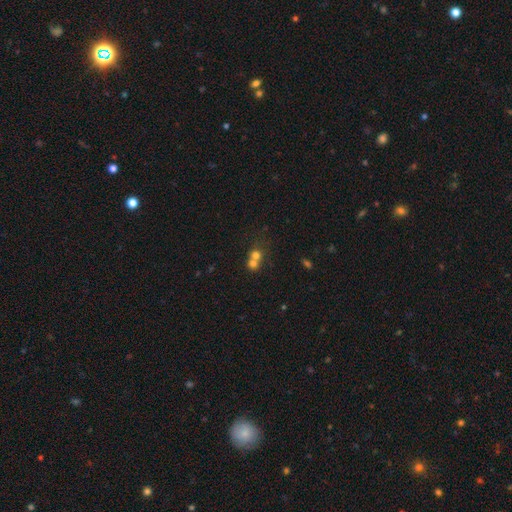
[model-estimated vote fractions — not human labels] A smooth galaxy with no disk features (69%) that is round (80%).

Vote fractions:
- Smooth or featured? smooth: 69% / featured or disk: 16% / star or artifact: 15%
- How rounded? round: 80% / in between: 19% / cigar-shaped: 1%
- Merging? merger: 62% / none: 31% / minor disturbance: 5% / major disturbance: 3%